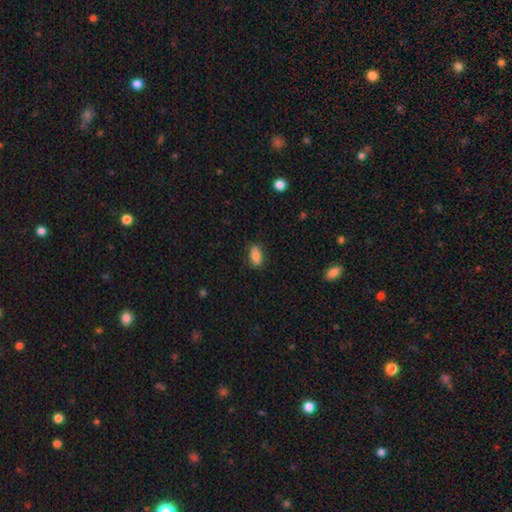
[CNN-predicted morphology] Smooth or featured? smooth (84%)
How rounded? in between (90%)
Merging? none (82%)